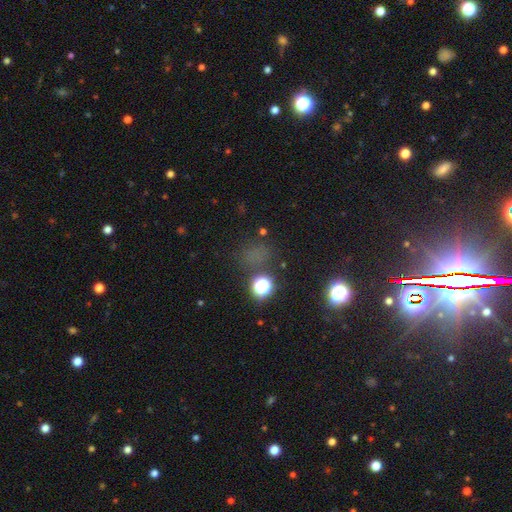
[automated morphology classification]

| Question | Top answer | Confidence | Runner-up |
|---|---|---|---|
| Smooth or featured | smooth | 48% | star or artifact (45%) |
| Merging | none | 74% | minor disturbance (12%) |